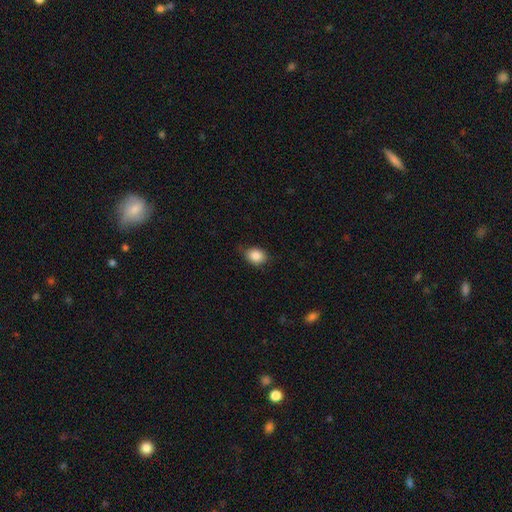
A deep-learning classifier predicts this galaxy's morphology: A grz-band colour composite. It shows a smooth galaxy with no disk features (86%) that is in between round and cigar-shaped (62%). Merging: none (74%).